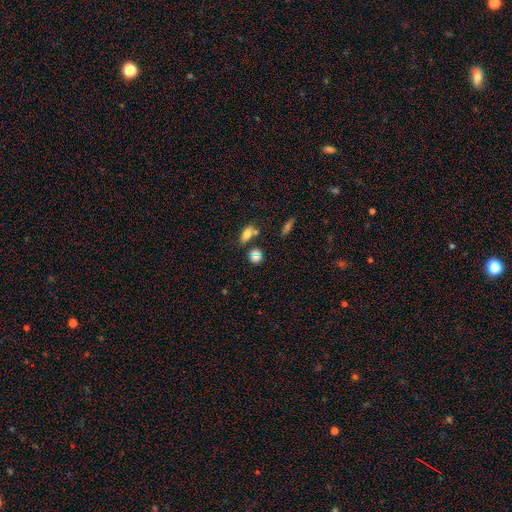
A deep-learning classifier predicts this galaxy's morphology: smooth 73%, star or artifact 16%, featured or disk 12%. Down the decision tree: how rounded — round (61%); merging — none (53%).